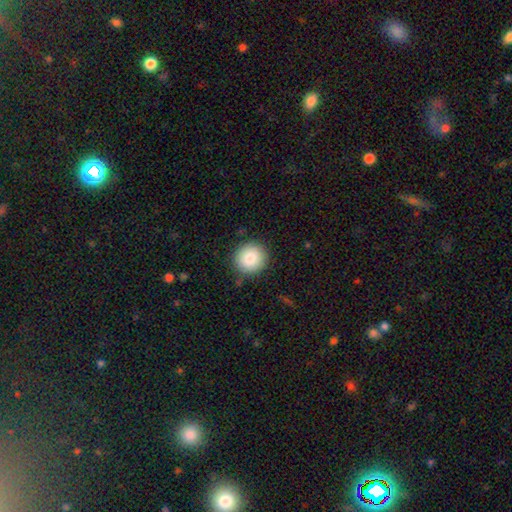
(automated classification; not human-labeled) Smooth or featured: smooth — 84% (star or artifact — 10%)
How rounded: round — 94% (in between — 5%)
Merging: none — 91% (minor disturbance — 6%)